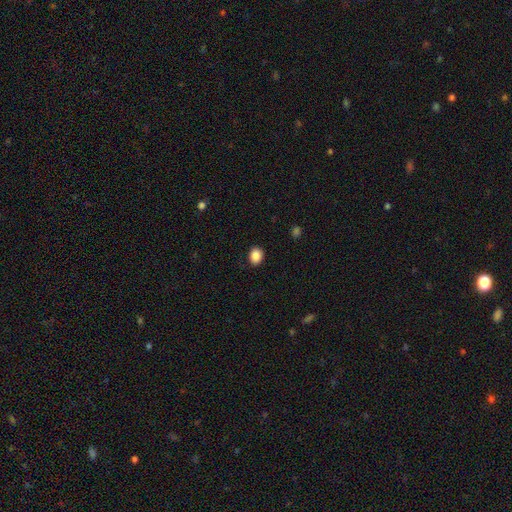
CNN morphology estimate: This appears to be a smooth galaxy with no disk features (87%) that is round (52%). Merging: none (89%).